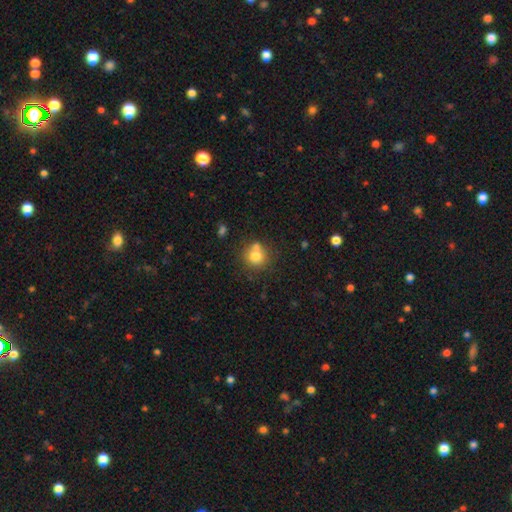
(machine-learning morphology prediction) A smooth galaxy with no disk features (75%) that is round (84%). Merging: none (56%).